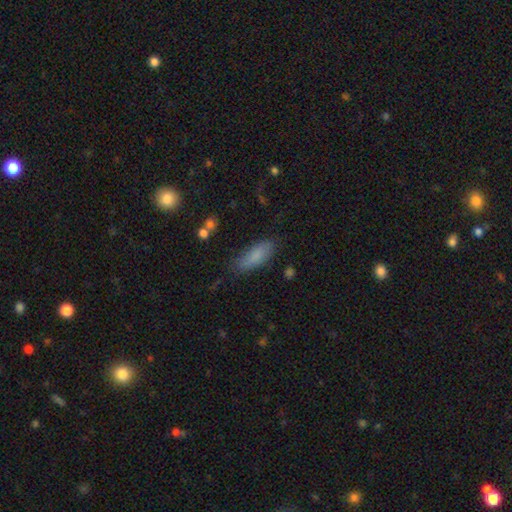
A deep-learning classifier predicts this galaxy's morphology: Smooth or featured?
  - smooth: 82% *
  - featured or disk: 10%
  - star or artifact: 8%
How rounded?
  - in between: 69% *
  - cigar-shaped: 29%
  - round: 2%
Merging?
  - none: 73% *
  - minor disturbance: 20%
  - major disturbance: 5%
  - merger: 2%